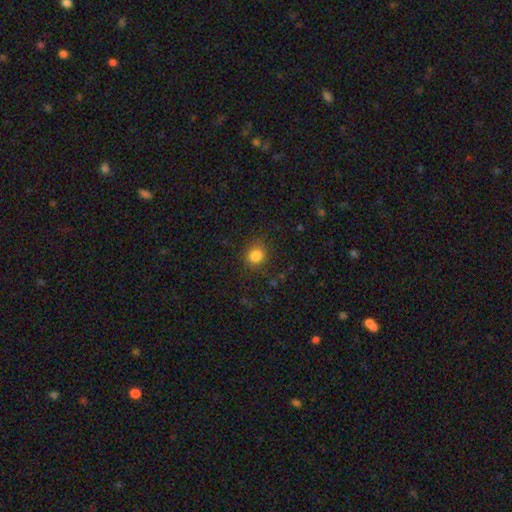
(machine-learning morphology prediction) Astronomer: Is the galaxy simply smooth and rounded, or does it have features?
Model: smooth — 84%.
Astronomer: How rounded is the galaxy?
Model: round — 78%.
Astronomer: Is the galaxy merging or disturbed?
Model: none — 83%.